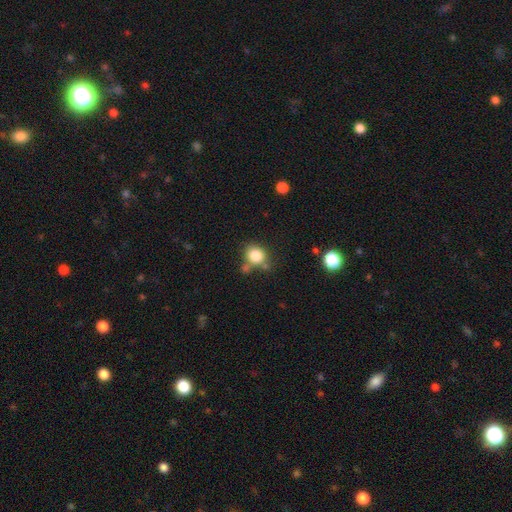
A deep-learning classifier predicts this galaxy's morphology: A smooth galaxy with no disk features (83%) that is round (72%).

Vote fractions:
- Smooth or featured? smooth: 83% / star or artifact: 10% / featured or disk: 7%
- How rounded? round: 72% / in between: 27% / cigar-shaped: 1%
- Merging? none: 59% / minor disturbance: 18% / merger: 17% / major disturbance: 6%